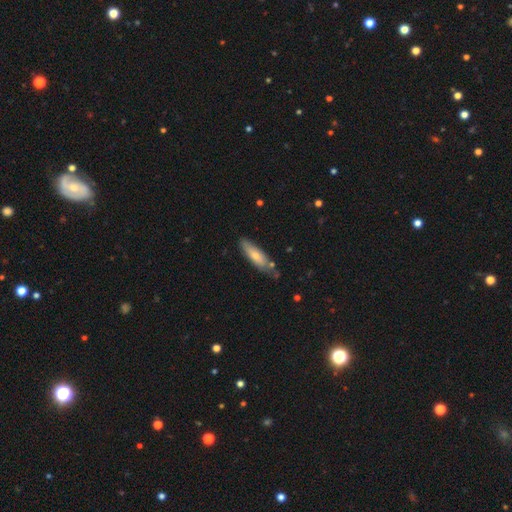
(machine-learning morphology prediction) Smooth or featured: smooth — 68% (featured or disk — 27%)
How rounded: cigar-shaped — 57% (in between — 41%)
Merging: none — 69% (minor disturbance — 22%)